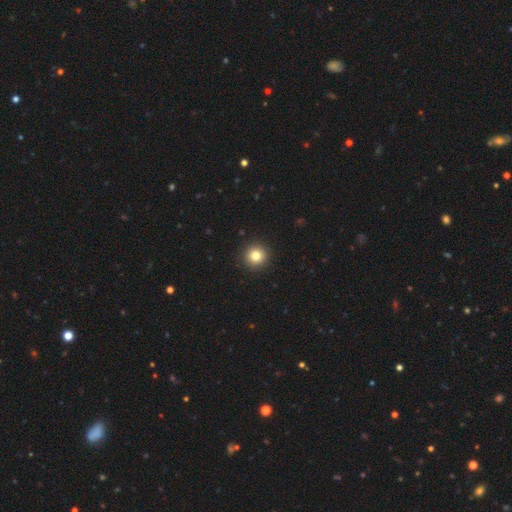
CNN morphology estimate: Smooth or featured? smooth (81%)
How rounded? round (95%)
Merging? none (93%)